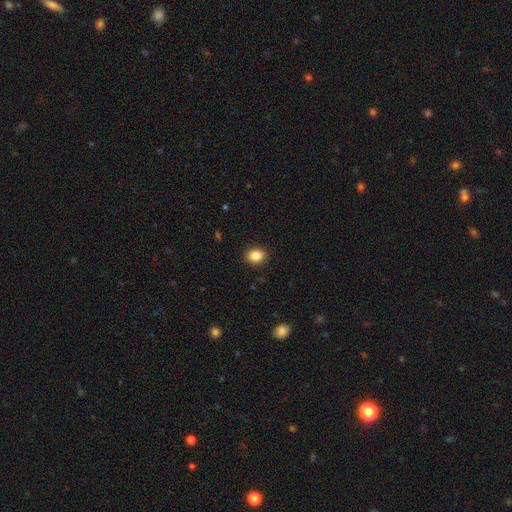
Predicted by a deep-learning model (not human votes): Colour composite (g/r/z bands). It shows a smooth galaxy with no disk features (86%) that is in between round and cigar-shaped (55%). Merging: none (90%).